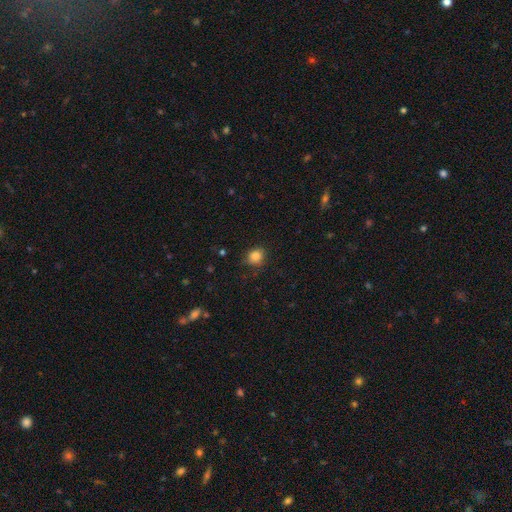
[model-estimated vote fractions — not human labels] This appears to be a smooth galaxy with no disk features (85%) that is round (68%). Merging: none (76%).